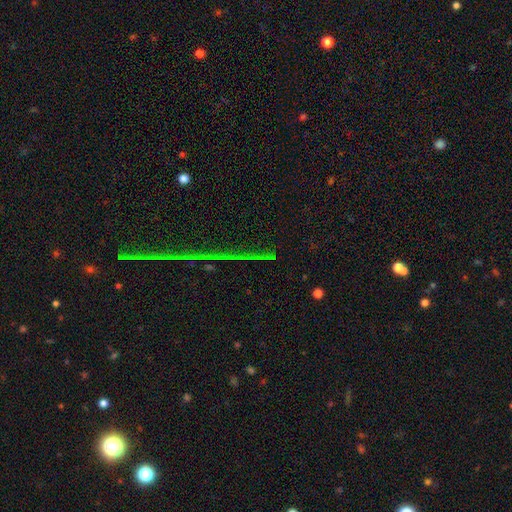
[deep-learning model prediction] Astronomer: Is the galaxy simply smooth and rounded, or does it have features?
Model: star or artifact — 81%.